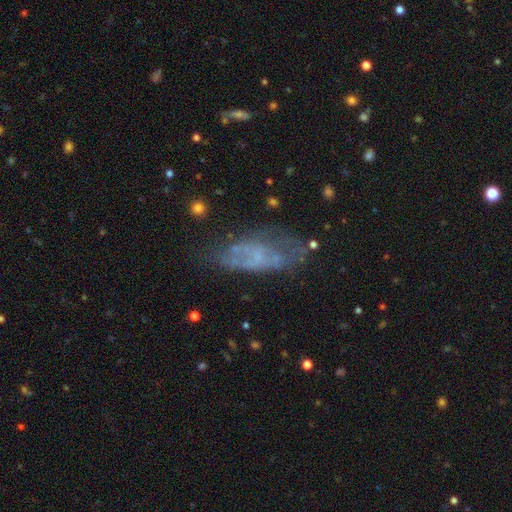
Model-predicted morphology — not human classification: A featured or disk galaxy (52%). Merging: none (51%).